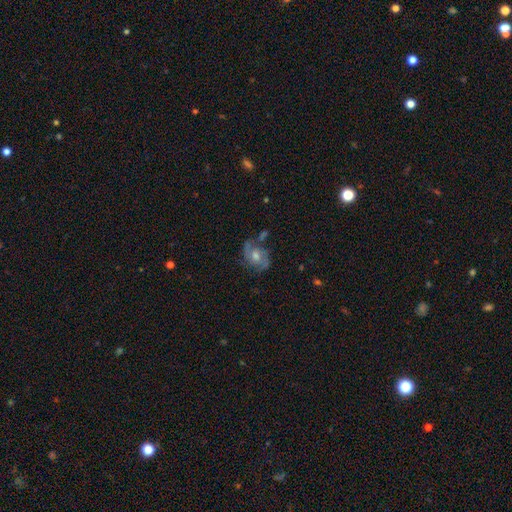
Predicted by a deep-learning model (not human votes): This is likely a featured or disk galaxy (77%). It is clearly not viewed edge-on (97%). Bar: likely no (65%). Spiral arm pattern: clearly yes (92%). Spiral arm count: likely 2 (71%). Spiral winding: possibly medium (51%). Central bulge: likely moderate (66%). Merging: likely none (67%).